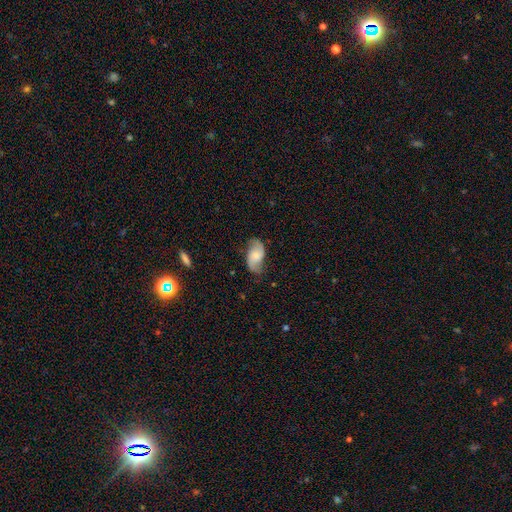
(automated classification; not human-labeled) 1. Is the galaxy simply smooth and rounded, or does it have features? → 58% featured or disk, 35% smooth, 7% star or artifact.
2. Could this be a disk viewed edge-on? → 96% no, 4% yes.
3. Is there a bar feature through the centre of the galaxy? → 64% no, 29% weak, 7% strong.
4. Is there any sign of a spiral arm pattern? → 90% yes, 10% no.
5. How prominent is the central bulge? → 46% small, 35% moderate, 12% none, 6% large, 2% dominant.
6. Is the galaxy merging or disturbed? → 70% none, 22% minor disturbance, 7% major disturbance, 1% merger.